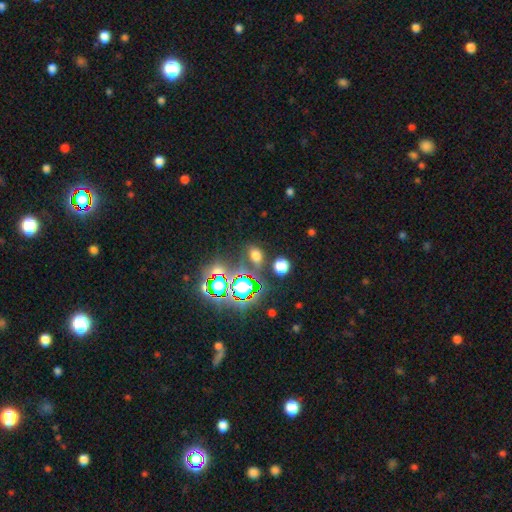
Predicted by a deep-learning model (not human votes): Overall: smooth (58%; star or artifact 34%). How rounded: in between (62%; round 35%). Merging: none (70%).